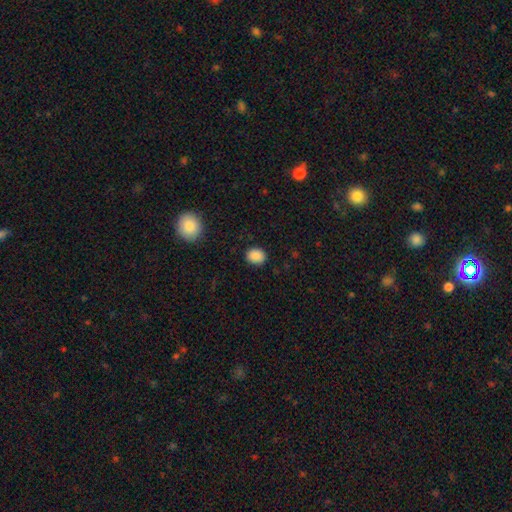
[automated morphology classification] Q: Smooth or featured?
A: smooth (88%); runner-up: star or artifact (9%)
Q: How rounded?
A: round (56%); runner-up: in between (43%)
Q: Merging?
A: none (89%); runner-up: minor disturbance (8%)